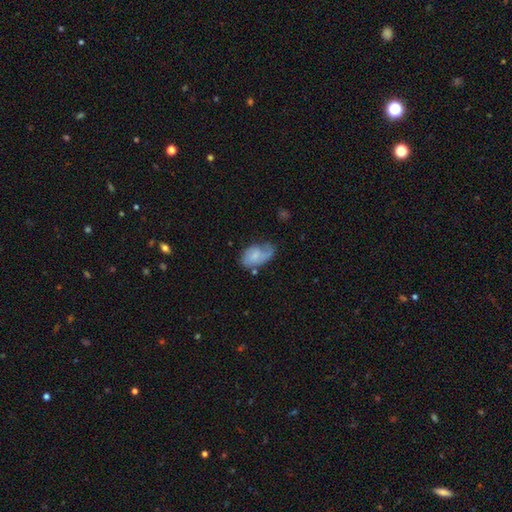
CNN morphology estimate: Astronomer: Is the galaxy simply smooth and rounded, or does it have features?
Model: smooth — 54% (runner-up: featured or disk, 38%).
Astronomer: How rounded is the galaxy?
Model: in between — 91%.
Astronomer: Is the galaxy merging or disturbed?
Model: none — 42% (runner-up: minor disturbance, 33%).